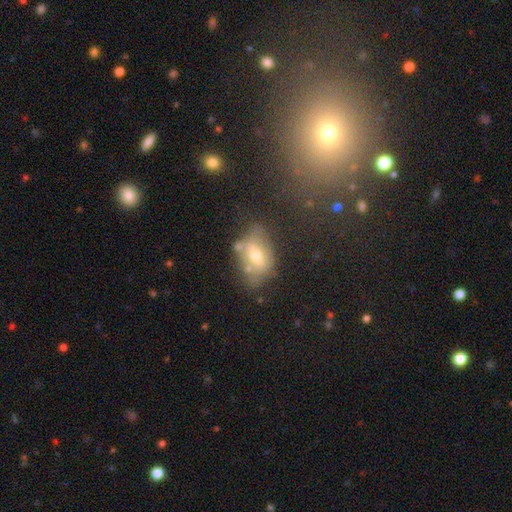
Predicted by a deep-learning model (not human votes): This appears to be a smooth galaxy with no disk features (46%). Merging: none (47%).